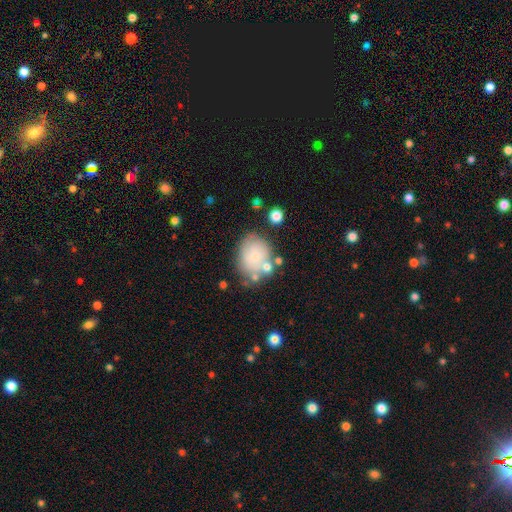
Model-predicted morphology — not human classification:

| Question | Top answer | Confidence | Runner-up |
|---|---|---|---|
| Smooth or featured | smooth | 71% | featured or disk (20%) |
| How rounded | round | 52% | in between (47%) |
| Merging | none | 59% | minor disturbance (20%) |